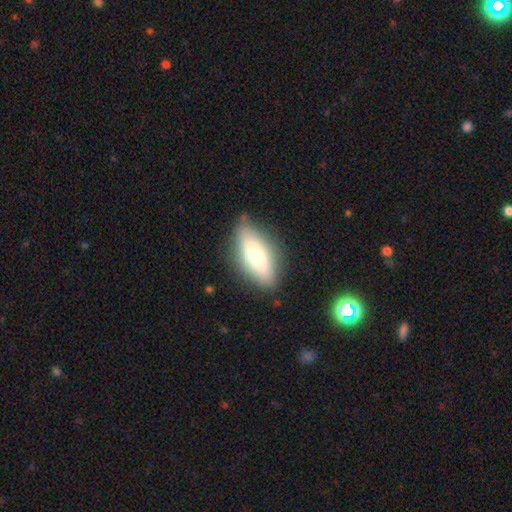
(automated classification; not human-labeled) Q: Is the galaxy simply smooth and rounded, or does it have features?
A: smooth — 67%.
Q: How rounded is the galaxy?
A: in between — 71%.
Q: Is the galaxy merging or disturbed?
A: none — 80%.